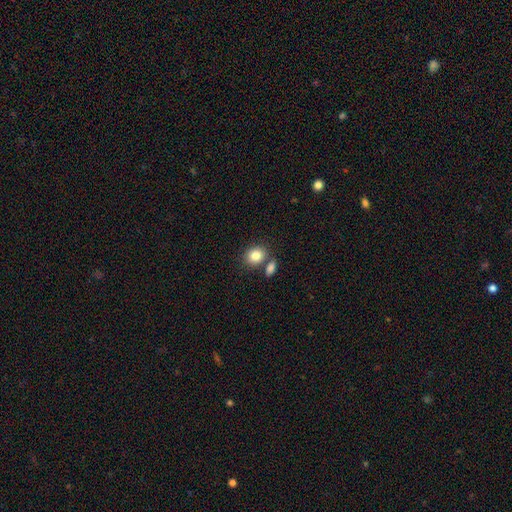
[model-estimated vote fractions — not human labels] Smooth or featured: smooth — 84% (star or artifact — 9%)
How rounded: round — 51% (in between — 48%)
Merging: none — 64% (merger — 22%)